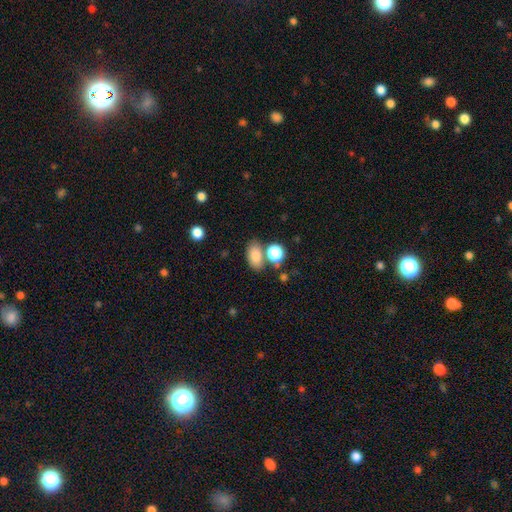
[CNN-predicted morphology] type=smooth (82%); roundness=in between (86%); merging=none (62%).